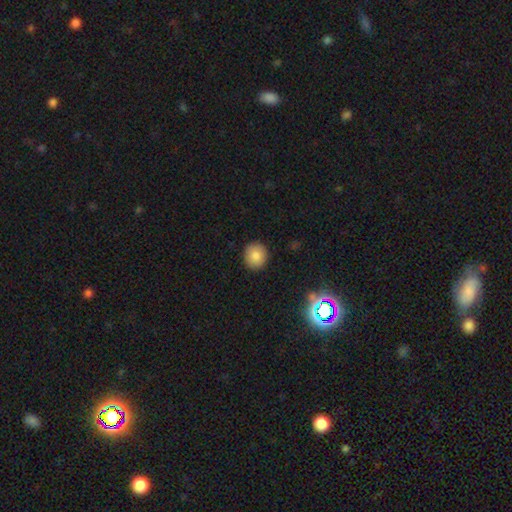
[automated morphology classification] This is clearly a smooth galaxy (84%). How rounded: clearly round (87%). Merging: clearly none (91%).